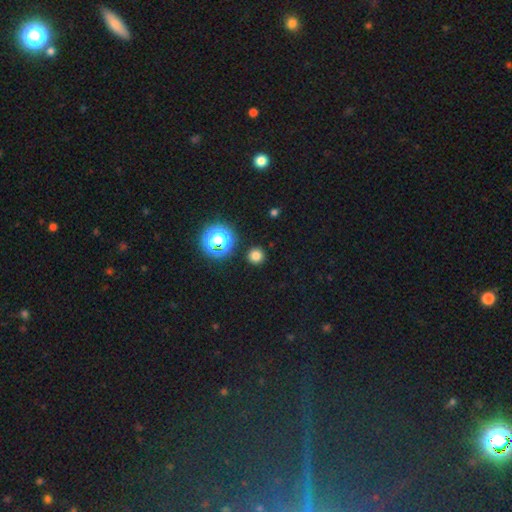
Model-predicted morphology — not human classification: smooth 75%, star or artifact 20%, featured or disk 5%. Down the decision tree: how rounded — round (95%); merging — none (91%).